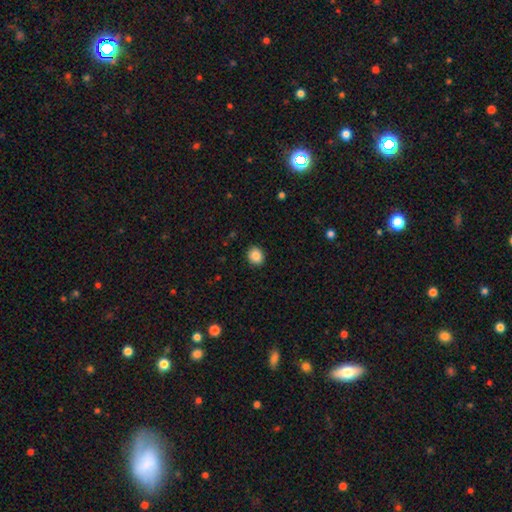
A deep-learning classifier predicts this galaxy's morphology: This appears to be a smooth galaxy with no disk features (86%) that is round (73%). Merging: none (91%).